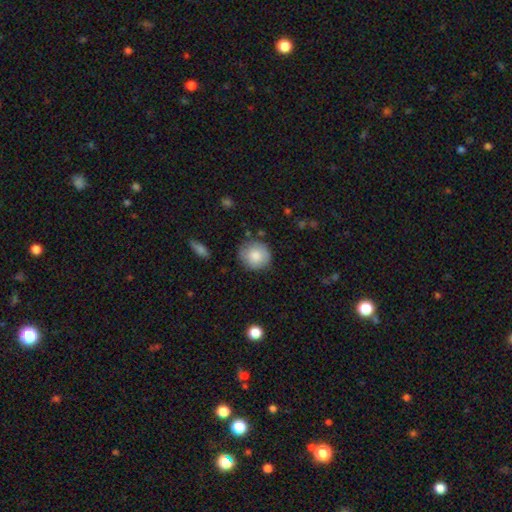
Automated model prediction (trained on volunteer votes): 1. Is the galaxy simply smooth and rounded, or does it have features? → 83% smooth, 10% featured or disk, 7% star or artifact.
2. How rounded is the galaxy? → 89% round, 10% in between, 1% cigar-shaped.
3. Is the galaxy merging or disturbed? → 79% none, 16% minor disturbance, 3% major disturbance, 2% merger.